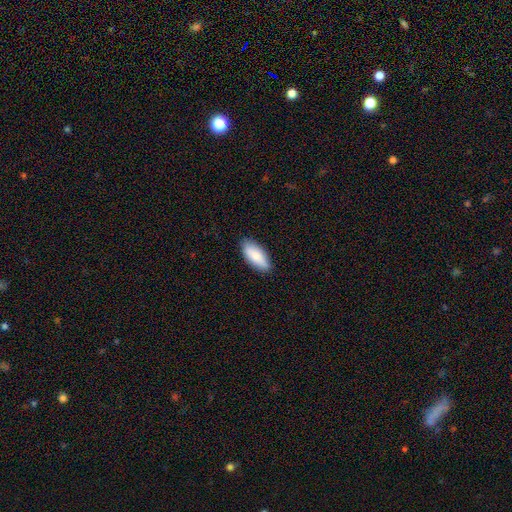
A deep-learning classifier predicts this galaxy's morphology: Q: Smooth or featured?
A: smooth (82%); runner-up: featured or disk (13%)
Q: How rounded?
A: in between (80%); runner-up: cigar-shaped (18%)
Q: Merging?
A: none (87%); runner-up: minor disturbance (10%)